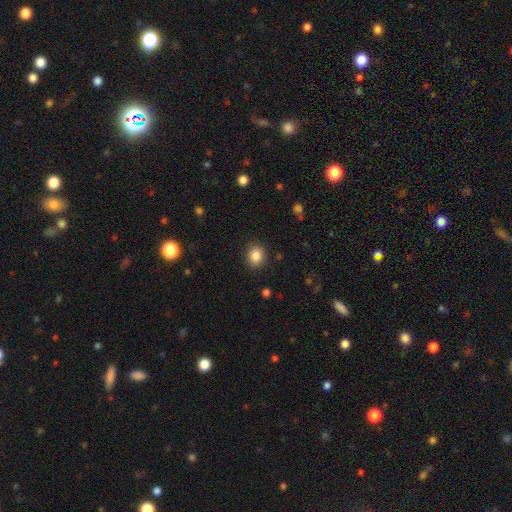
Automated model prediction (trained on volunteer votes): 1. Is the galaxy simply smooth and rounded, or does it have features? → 85% smooth, 10% star or artifact, 5% featured or disk.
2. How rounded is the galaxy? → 65% round, 34% in between, 1% cigar-shaped.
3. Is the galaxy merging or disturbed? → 88% none, 8% minor disturbance, 3% major disturbance, 1% merger.